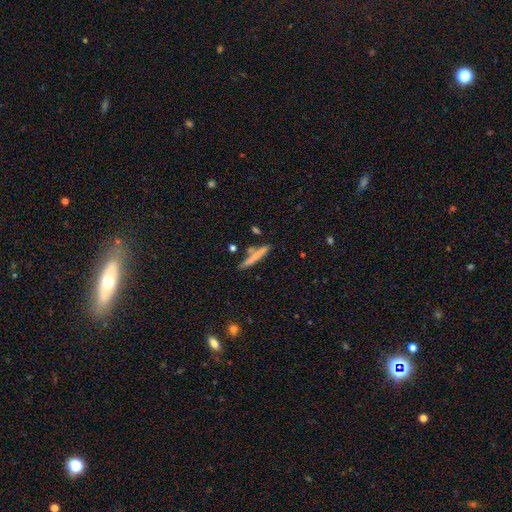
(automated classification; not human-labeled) smooth_or_featured: smooth (p=0.65) [alt: featured or disk p=0.28]
how_rounded: cigar-shaped (p=0.93) [alt: in between p=0.06]
merging: none (p=0.67) [alt: merger p=0.15]